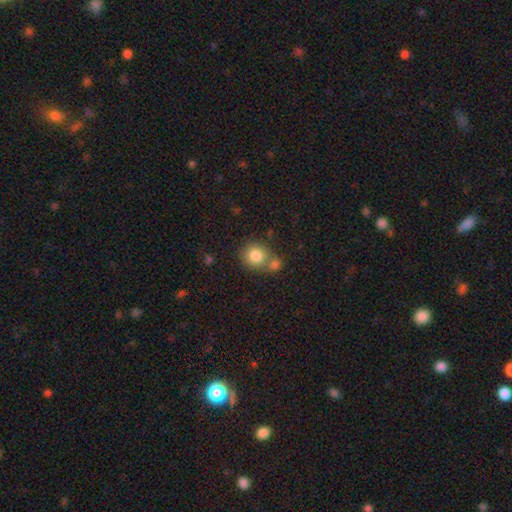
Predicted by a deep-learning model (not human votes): Q: Smooth or featured?
A: smooth (82%); runner-up: star or artifact (9%)
Q: How rounded?
A: round (83%); runner-up: in between (16%)
Q: Merging?
A: none (52%); runner-up: merger (33%)